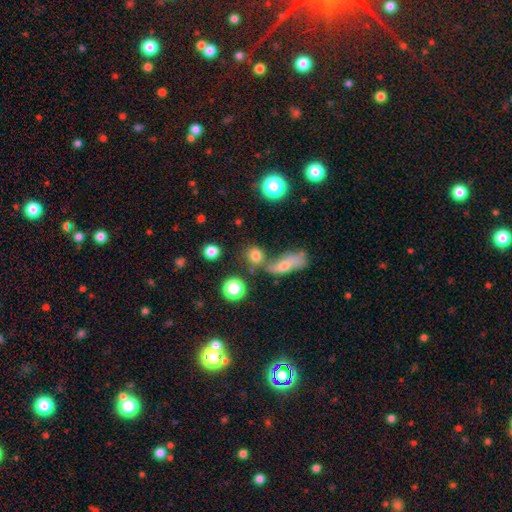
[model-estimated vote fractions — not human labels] This appears to be a smooth galaxy with no disk features (75%) that is round (66%). Merging: none (55%).